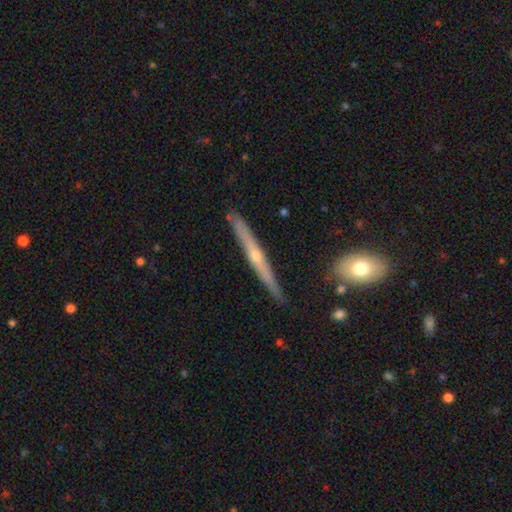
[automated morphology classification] Smooth or featured: featured or disk — 69% (smooth — 25%)
Edge-on disk: yes — 97% (no — 3%)
Edge-on bulge: rounded — 72% (none — 25%)
Merging: none — 87% (minor disturbance — 9%)